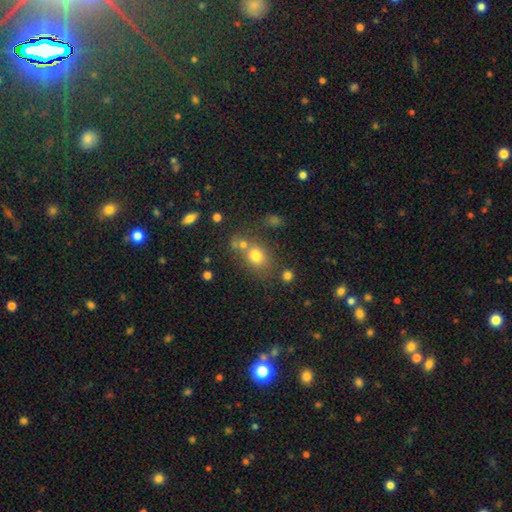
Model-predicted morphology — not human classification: Smooth or featured? Predicted: smooth (p=0.73). How rounded? Predicted: round (p=0.52). Merging? Predicted: none (p=0.55).